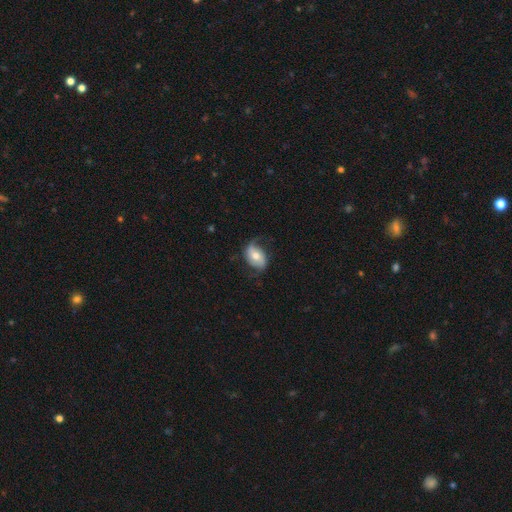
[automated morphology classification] A featured or disk galaxy (53%) with no bar (53%), spiral arms (80%) and a moderate central bulge (70%). Merging: none (54%).